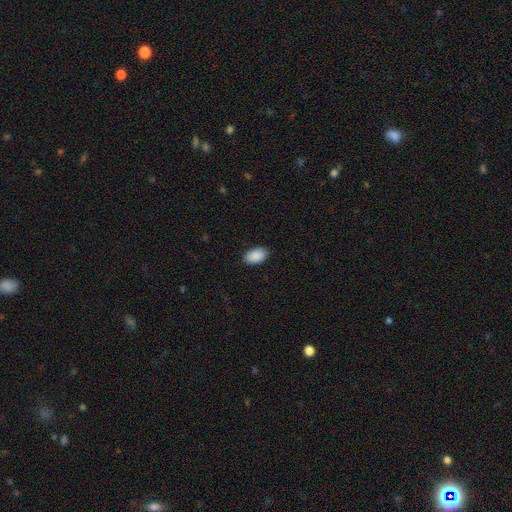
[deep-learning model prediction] smooth_or_featured: smooth (p=0.91) [alt: star or artifact p=0.06]
how_rounded: in between (p=0.94) [alt: round p=0.05]
merging: none (p=0.88) [alt: minor disturbance p=0.09]